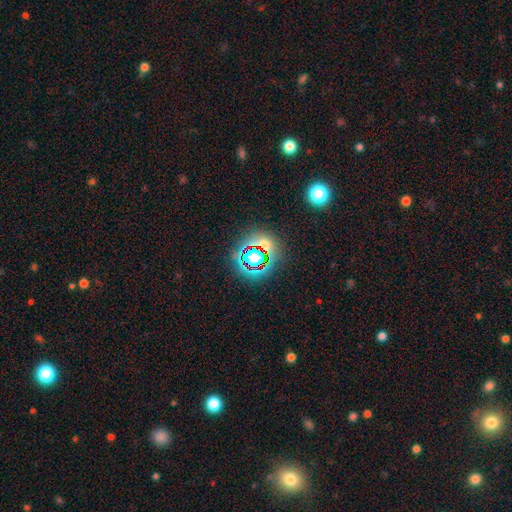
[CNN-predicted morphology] A star or artifact, not a galaxy (60%).

Vote fractions:
- Smooth or featured? star or artifact: 60% / smooth: 28% / featured or disk: 12%